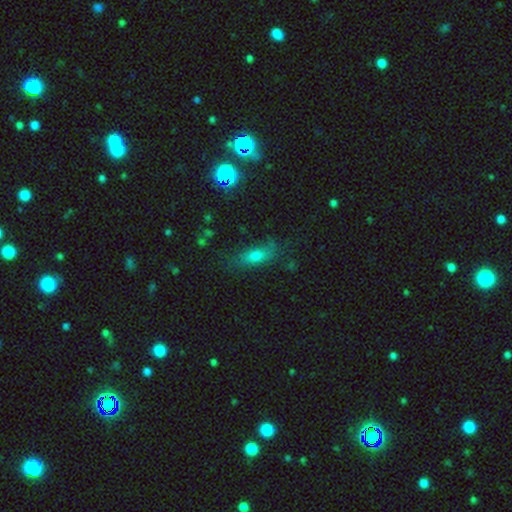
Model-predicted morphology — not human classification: The model was most divided on "how rounded": in between: 68%, cigar-shaped: 26%, round: 6%. More confident: smooth or featured — smooth (68%); merging — none (67%).